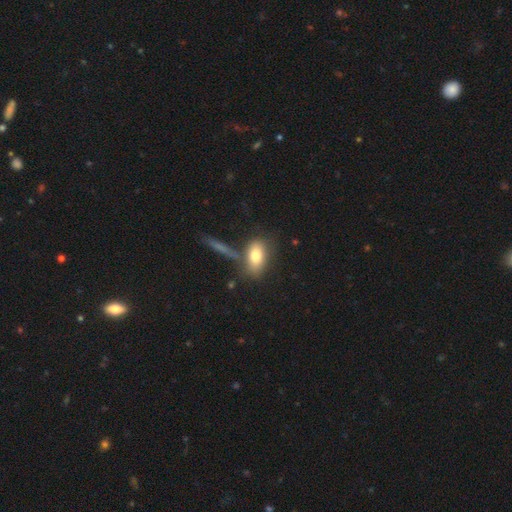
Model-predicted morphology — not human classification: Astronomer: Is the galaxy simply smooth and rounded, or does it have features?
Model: smooth — 77%.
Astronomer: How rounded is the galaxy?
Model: in between — 81%.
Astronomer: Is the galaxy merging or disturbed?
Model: none — 62%.